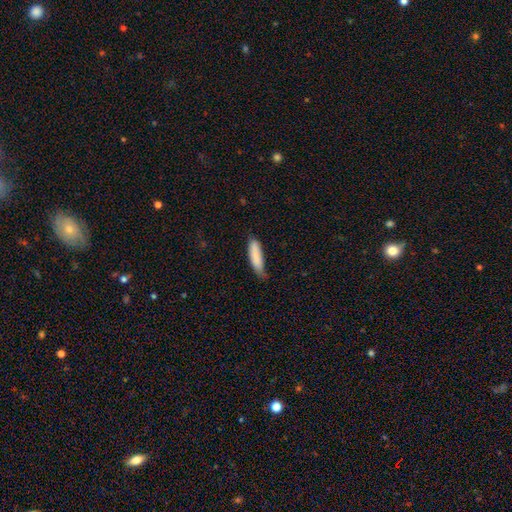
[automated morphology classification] Smooth or featured? Predicted: smooth (p=0.86). How rounded? Predicted: cigar-shaped (p=0.60). Merging? Predicted: none (p=0.54).